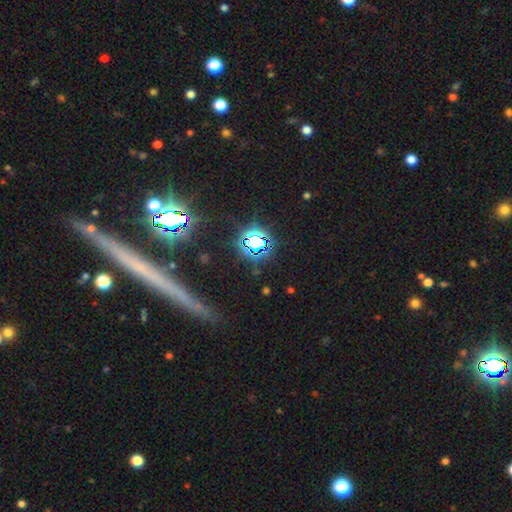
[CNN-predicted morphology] A star or artifact, not a galaxy (58%).

Vote fractions:
- Smooth or featured? star or artifact: 58% / smooth: 24% / featured or disk: 18%